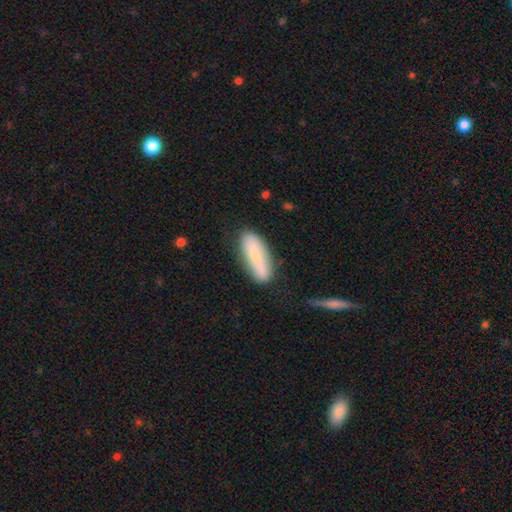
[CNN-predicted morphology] A smooth galaxy with no disk features (74%) that is cigar-shaped (49%, tied with in between).

Vote fractions:
- Smooth or featured? smooth: 74% / featured or disk: 20% / star or artifact: 7%
- How rounded? cigar-shaped: 49% (tied) / in between: 49% (tied) / round: 2%
- Merging? none: 72% / minor disturbance: 19% / major disturbance: 5% / merger: 4%